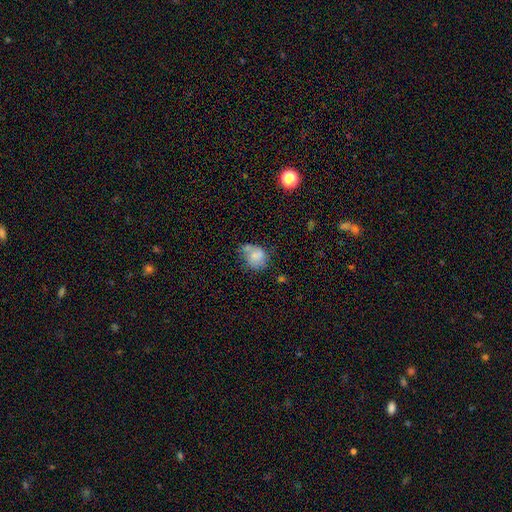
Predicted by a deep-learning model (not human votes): This is likely a smooth galaxy (67%). How rounded: possibly round (57%). Merging: marginally none (39%).